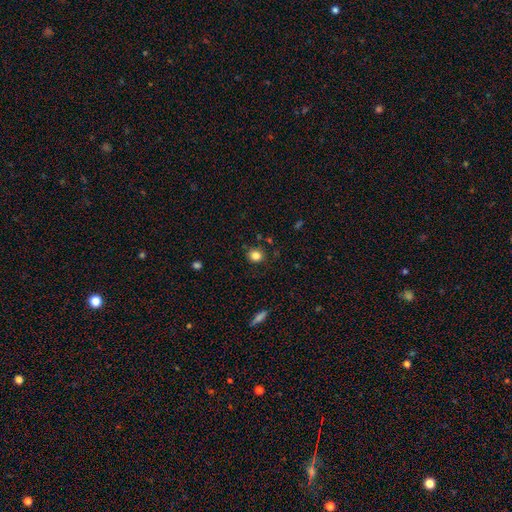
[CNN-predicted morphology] This is clearly a smooth galaxy (83%). How rounded: clearly round (82%). Merging: clearly none (85%).